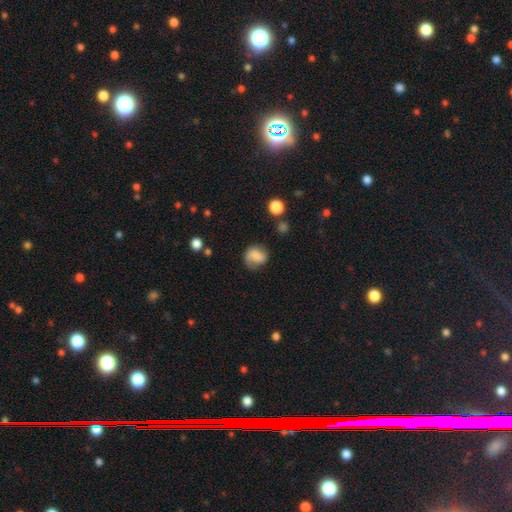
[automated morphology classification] Smooth or featured: smooth — 55% (featured or disk — 35%)
How rounded: round — 70% (in between — 29%)
Merging: none — 60% (minor disturbance — 24%)